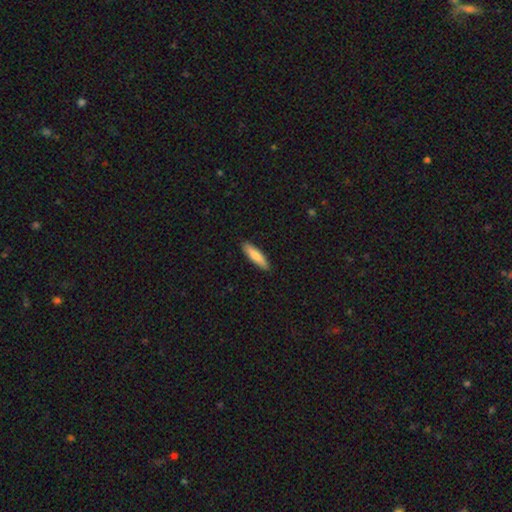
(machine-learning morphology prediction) A smooth galaxy with no disk features (79%) that is cigar-shaped (73%).

Vote fractions:
- Smooth or featured? smooth: 79% / featured or disk: 16% / star or artifact: 5%
- How rounded? cigar-shaped: 73% / in between: 26% / round: 1%
- Merging? none: 90% / minor disturbance: 8% / major disturbance: 1% / merger: 1%